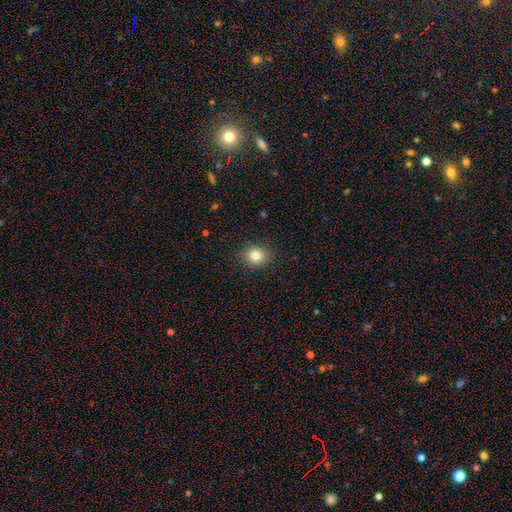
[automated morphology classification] This appears to be a smooth galaxy with no disk features (82%) that is round (71%). Merging: none (89%).